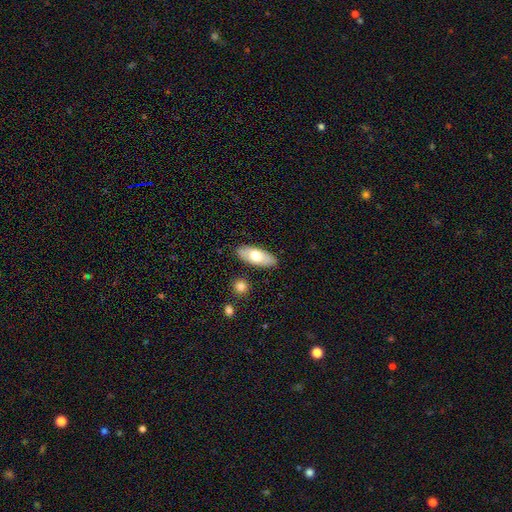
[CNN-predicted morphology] A smooth galaxy with no disk features (66%) that is in between round and cigar-shaped (82%).

Vote fractions:
- Smooth or featured? smooth: 66% / featured or disk: 28% / star or artifact: 6%
- How rounded? in between: 82% / cigar-shaped: 16% / round: 2%
- Merging? none: 87% / minor disturbance: 9% / major disturbance: 2% / merger: 2%